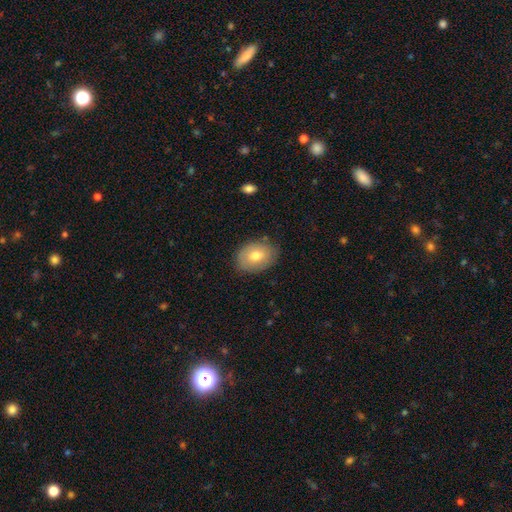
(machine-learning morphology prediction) The model was most divided on "smooth or featured": smooth: 72%, featured or disk: 21%, star or artifact: 8%. More confident: merging — none (80%); how rounded — in between (75%).